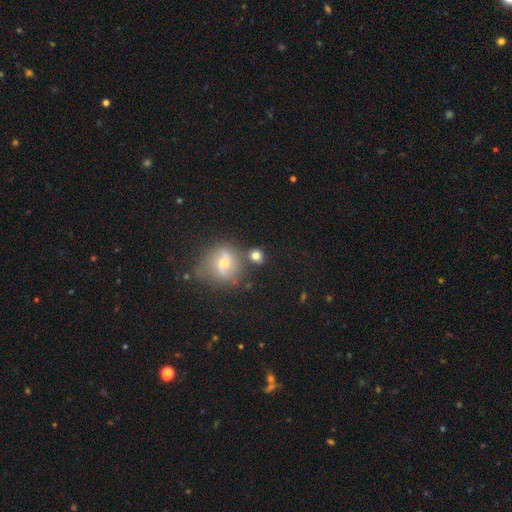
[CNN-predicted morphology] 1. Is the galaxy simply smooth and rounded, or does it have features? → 77% smooth, 12% featured or disk, 11% star or artifact.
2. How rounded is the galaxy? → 76% round, 23% in between, 2% cigar-shaped.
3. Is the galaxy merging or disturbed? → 68% none, 15% merger, 12% minor disturbance, 5% major disturbance.